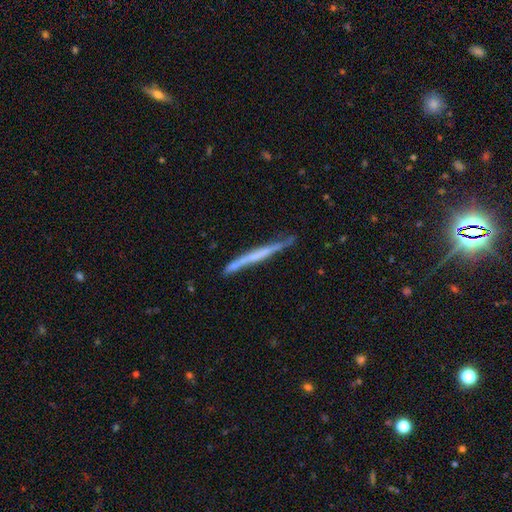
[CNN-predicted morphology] Smooth or featured?
  - featured or disk: 59% *
  - smooth: 34%
  - star or artifact: 6%
Edge-on disk?
  - yes: 93% *
  - no: 7%
Edge-on bulge?
  - none: 76% *
  - rounded: 13%
  - boxy: 11%
Merging?
  - none: 71% *
  - minor disturbance: 21%
  - major disturbance: 4%
  - merger: 3%